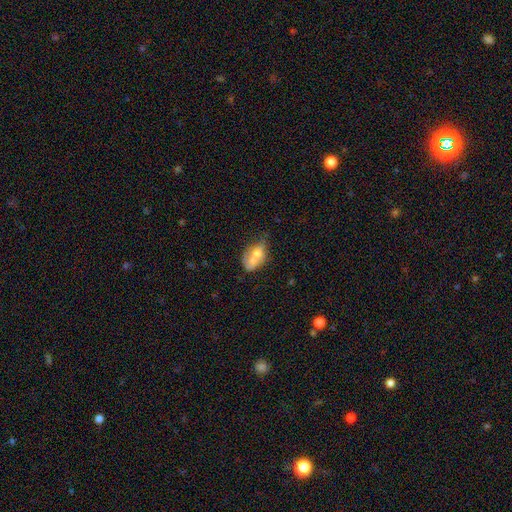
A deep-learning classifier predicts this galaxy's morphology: smooth-or-featured: smooth: 58% | featured or disk: 33% | star or artifact: 9%
  how-rounded: in between: 81% | round: 17% | cigar-shaped: 3%
  merging: merger: 47% | none: 24% | minor disturbance: 17% | major disturbance: 12%